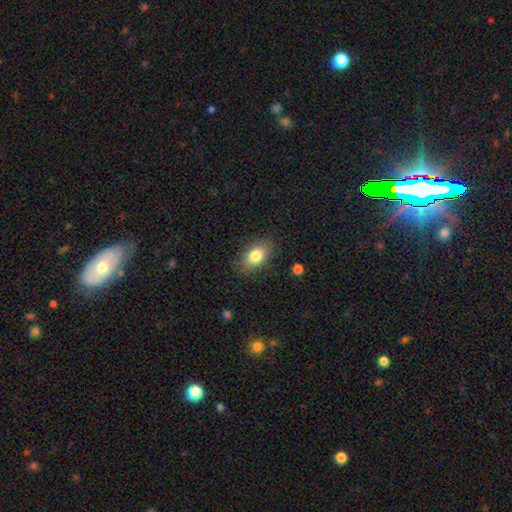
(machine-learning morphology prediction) The model was most divided on "smooth or featured": smooth: 80%, featured or disk: 12%, star or artifact: 8%. More confident: how rounded — in between (87%); merging — none (84%).